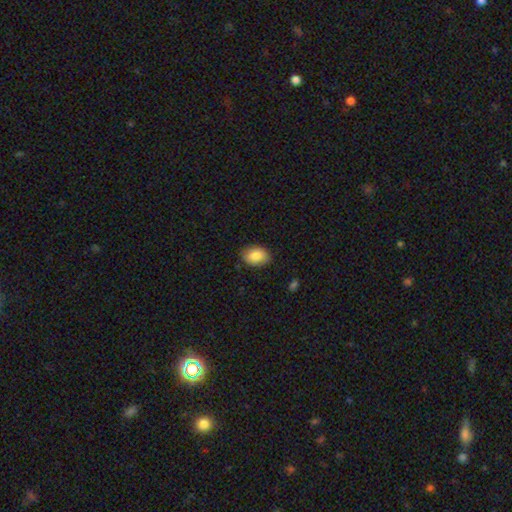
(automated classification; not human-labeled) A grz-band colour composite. It shows a smooth galaxy with no disk features (86%) that is in between round and cigar-shaped (81%). Merging: none (84%).